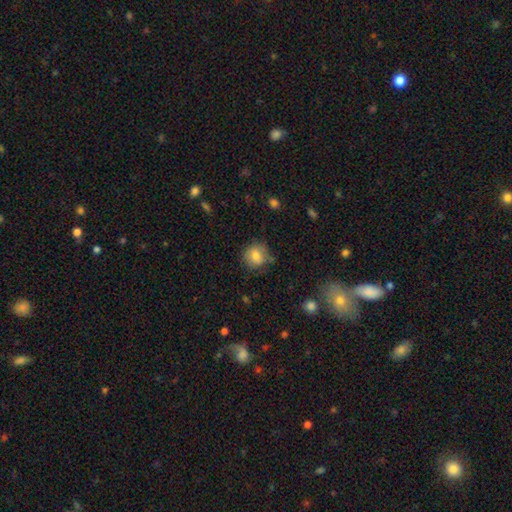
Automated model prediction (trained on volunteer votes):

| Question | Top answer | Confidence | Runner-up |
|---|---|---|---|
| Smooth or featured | smooth | 79% | featured or disk (11%) |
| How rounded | round | 87% | in between (12%) |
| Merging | none | 78% | minor disturbance (15%) |